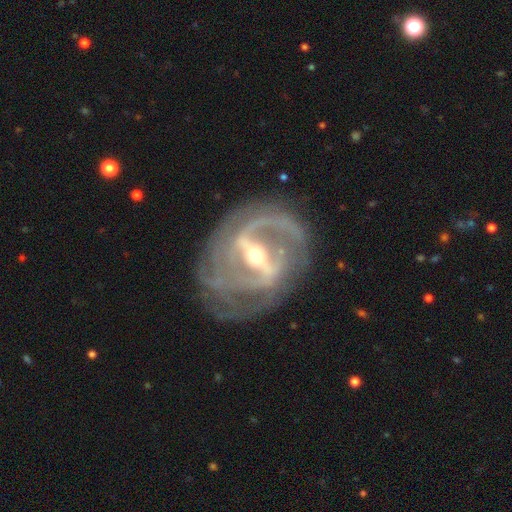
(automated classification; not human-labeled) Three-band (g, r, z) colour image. It shows a featured or disk galaxy (91%) with a strong bar (74%), 2 (51%) tight (47%) spiral arms (92%) and a moderate central bulge (58%). Merging: none (69%).